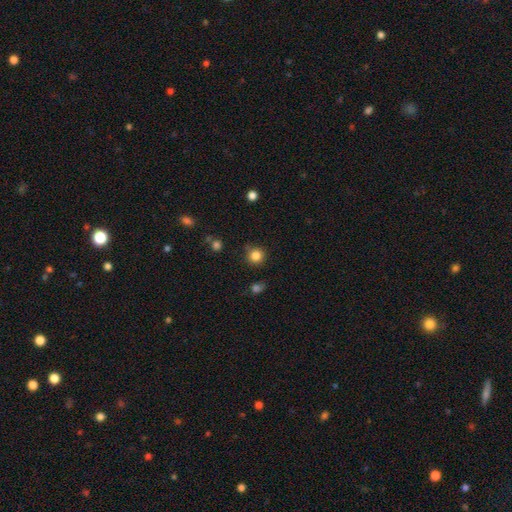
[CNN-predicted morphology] smooth 83%, star or artifact 12%, featured or disk 5%. Down the decision tree: how rounded — round (92%); merging — none (83%).